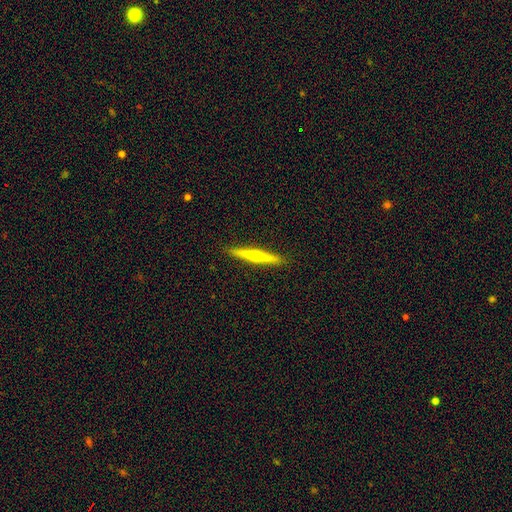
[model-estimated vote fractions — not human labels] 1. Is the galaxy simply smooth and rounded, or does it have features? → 66% featured or disk, 29% smooth, 5% star or artifact.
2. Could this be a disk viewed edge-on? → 97% yes, 3% no.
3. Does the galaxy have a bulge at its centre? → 86% rounded, 12% none, 2% boxy.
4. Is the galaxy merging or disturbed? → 92% none, 6% minor disturbance, 1% major disturbance, 1% merger.